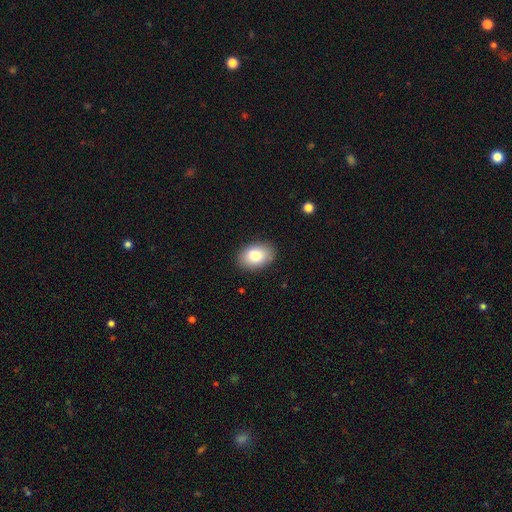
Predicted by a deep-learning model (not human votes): Smooth or featured: smooth — 81% (featured or disk — 12%)
How rounded: in between — 87% (round — 12%)
Merging: none — 86% (minor disturbance — 10%)